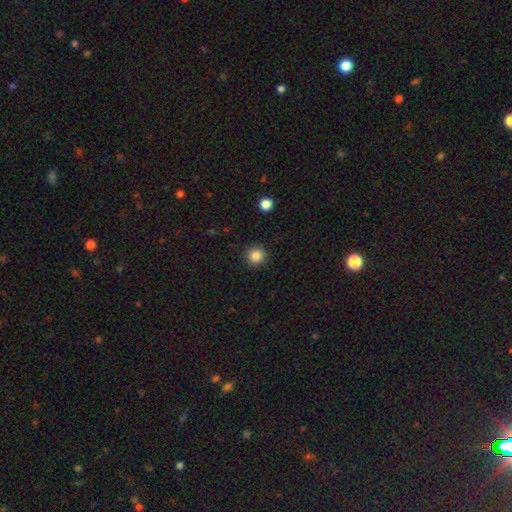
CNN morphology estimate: Smooth or featured? smooth (86%)
How rounded? round (94%)
Merging? none (91%)